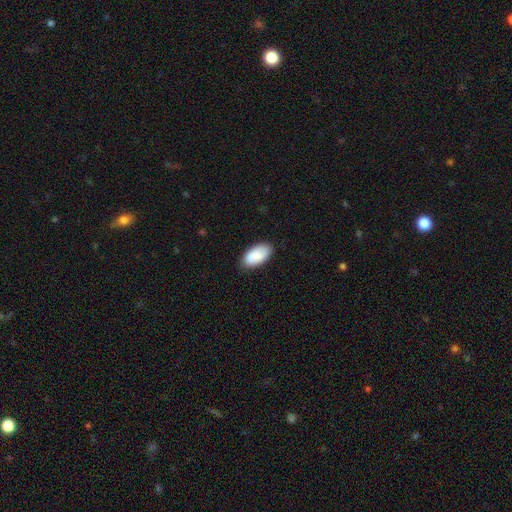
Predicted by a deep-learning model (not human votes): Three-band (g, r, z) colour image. It shows a smooth galaxy with no disk features (83%) that is in between round and cigar-shaped (95%). Merging: none (84%).